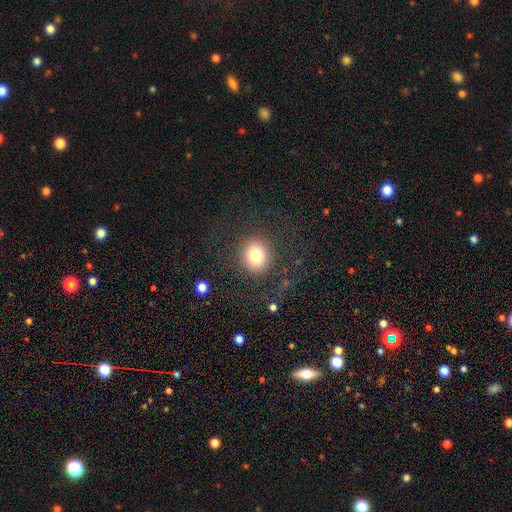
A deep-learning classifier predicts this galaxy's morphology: Smooth or featured? Predicted: smooth (p=0.78). How rounded? Predicted: round (p=0.83). Merging? Predicted: none (p=0.82).